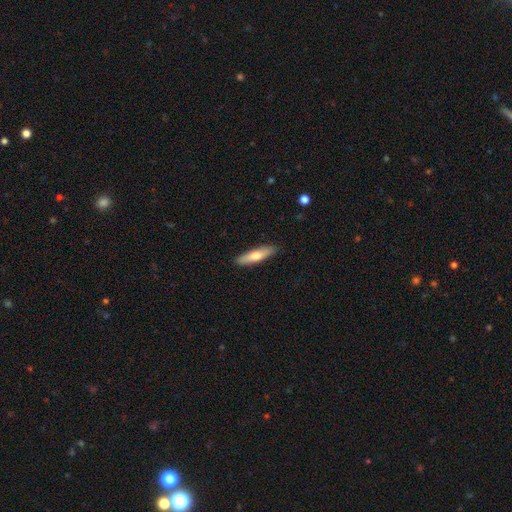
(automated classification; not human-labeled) smooth-or-featured: smooth: 66% | featured or disk: 29% | star or artifact: 5%
  how-rounded: cigar-shaped: 78% | in between: 20% | round: 2%
  merging: none: 89% | minor disturbance: 8% | major disturbance: 2% | merger: 1%